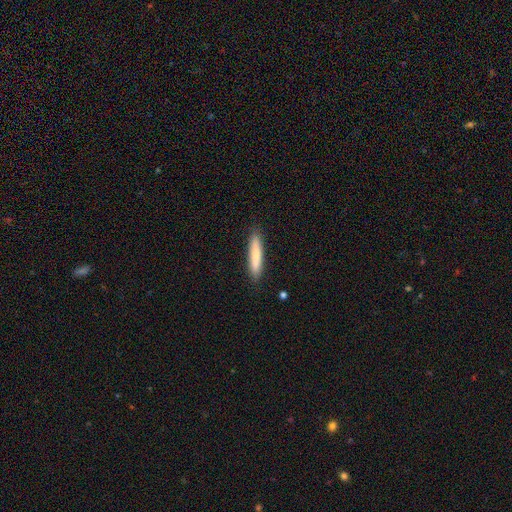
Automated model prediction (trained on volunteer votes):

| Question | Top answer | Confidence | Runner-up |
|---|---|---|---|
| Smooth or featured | smooth | 78% | featured or disk (16%) |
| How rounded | cigar-shaped | 90% | in between (8%) |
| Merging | none | 89% | minor disturbance (8%) |